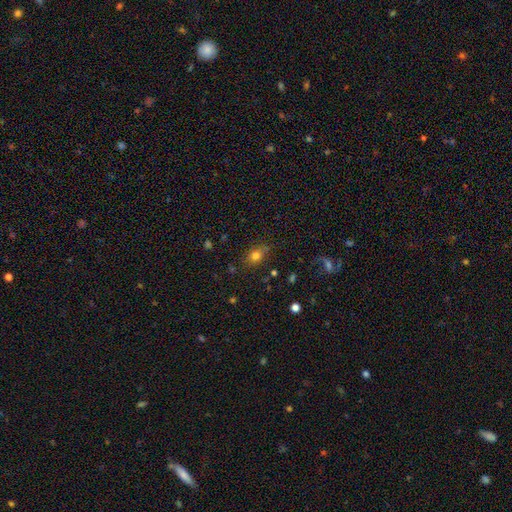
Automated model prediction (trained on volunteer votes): Smooth or featured? Predicted: smooth (p=0.78). How rounded? Predicted: in between (p=0.54). Merging? Predicted: none (p=0.74).